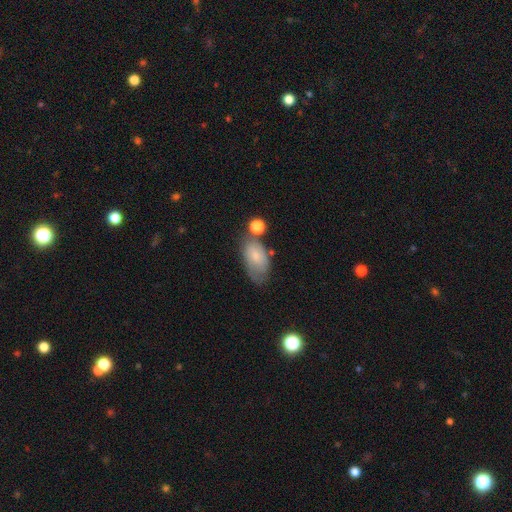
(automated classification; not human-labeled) The model was most divided on "merging": none: 46%, minor disturbance: 28%, merger: 14%, major disturbance: 12%. More confident: how rounded — in between (91%); smooth or featured — smooth (67%).